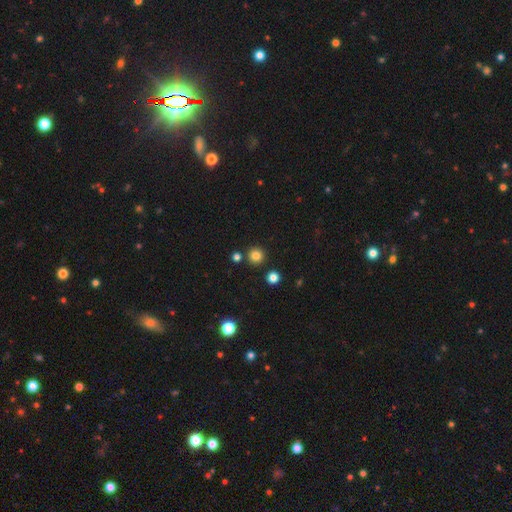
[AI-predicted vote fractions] smooth 81%, star or artifact 13%, featured or disk 5%. Down the decision tree: how rounded — round (95%); merging — none (87%).